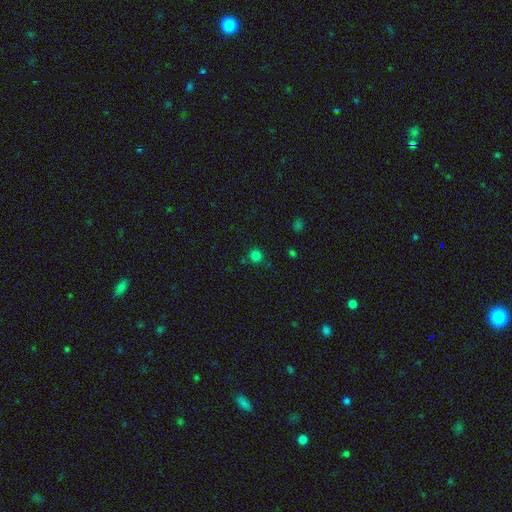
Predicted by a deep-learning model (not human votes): This appears to be a smooth galaxy with no disk features (78%) that is round (91%). Merging: none (82%).